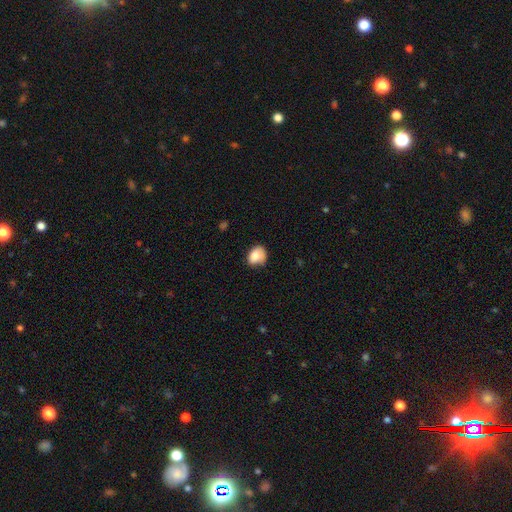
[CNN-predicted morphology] Smooth or featured?
  - smooth: 80% *
  - featured or disk: 12%
  - star or artifact: 8%
How rounded?
  - in between: 56% *
  - round: 43%
  - cigar-shaped: 1%
Merging?
  - none: 53% *
  - minor disturbance: 35%
  - major disturbance: 10%
  - merger: 3%